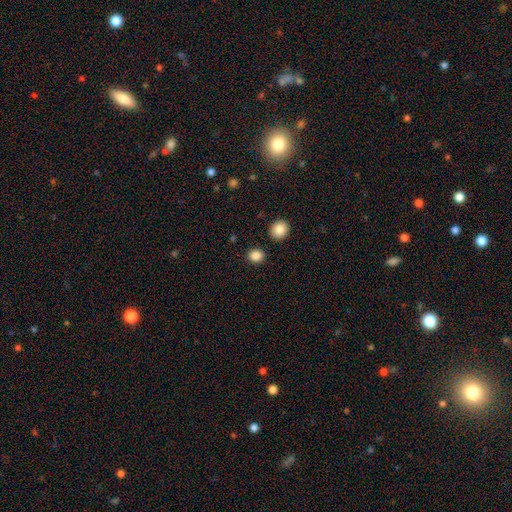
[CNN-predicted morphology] This is clearly a smooth galaxy (86%). How rounded: likely round (73%). Merging: clearly none (88%).